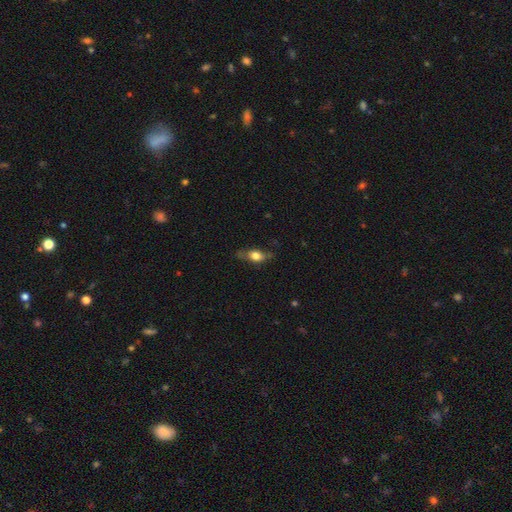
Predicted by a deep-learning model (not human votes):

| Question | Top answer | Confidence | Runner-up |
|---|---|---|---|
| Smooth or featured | smooth | 63% | featured or disk (30%) |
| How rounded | in between | 70% | cigar-shaped (20%) |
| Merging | none | 67% | minor disturbance (24%) |